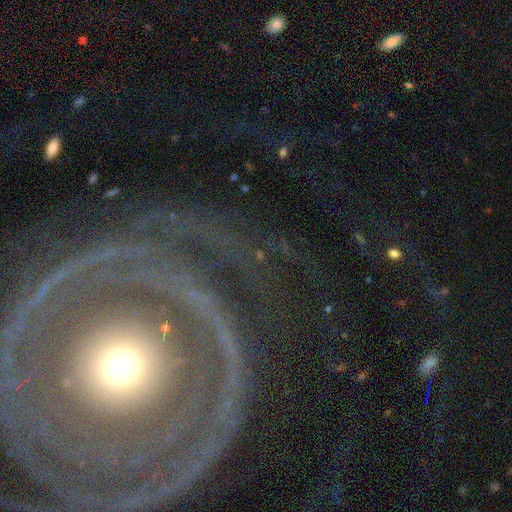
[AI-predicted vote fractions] featured or disk 74%, star or artifact 14%, smooth 12%. Down the decision tree: edge-on disk — no (94%); bar — no (66%); spiral arms — yes (77%); spiral arm count — 2 (31%); spiral winding — tight (65%); bulge size — moderate (59%); merging — none (73%).